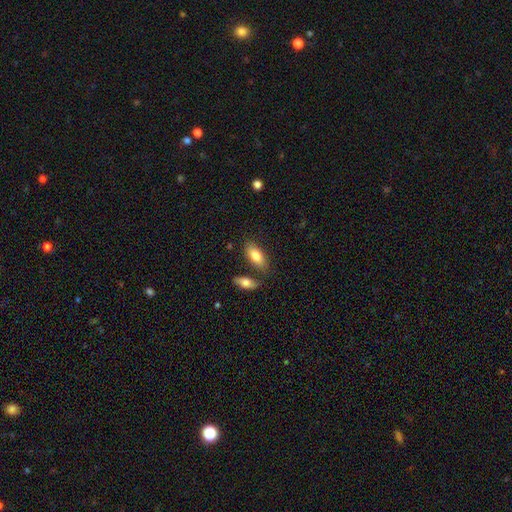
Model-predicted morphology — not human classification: Q: Smooth or featured?
A: smooth (81%); runner-up: featured or disk (13%)
Q: How rounded?
A: in between (87%); runner-up: cigar-shaped (11%)
Q: Merging?
A: none (68%); runner-up: merger (15%)